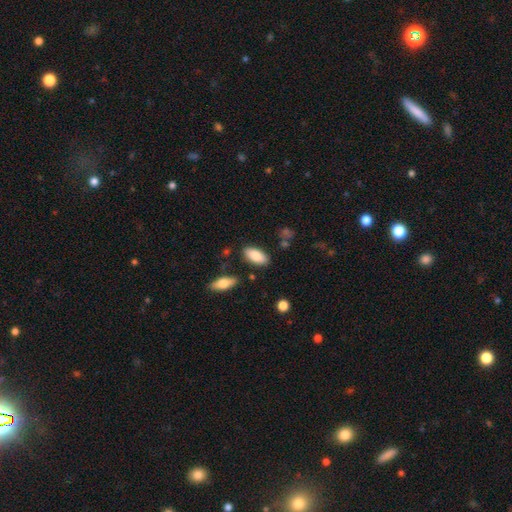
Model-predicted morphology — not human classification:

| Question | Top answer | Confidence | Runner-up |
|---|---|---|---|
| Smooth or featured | smooth | 86% | featured or disk (8%) |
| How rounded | in between | 91% | cigar-shaped (7%) |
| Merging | none | 82% | minor disturbance (12%) |